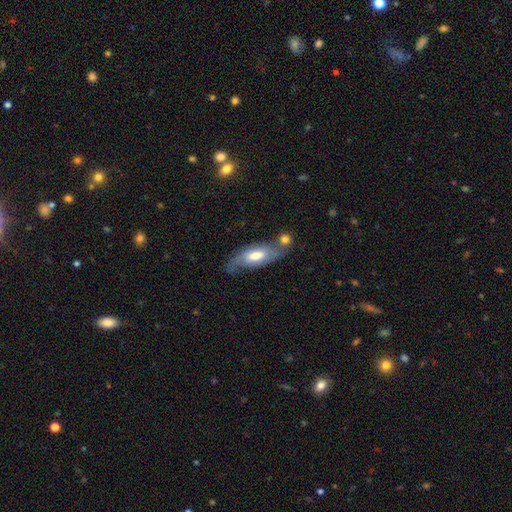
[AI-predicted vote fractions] This is possibly a smooth galaxy (50%). Merging: possibly none (53%).